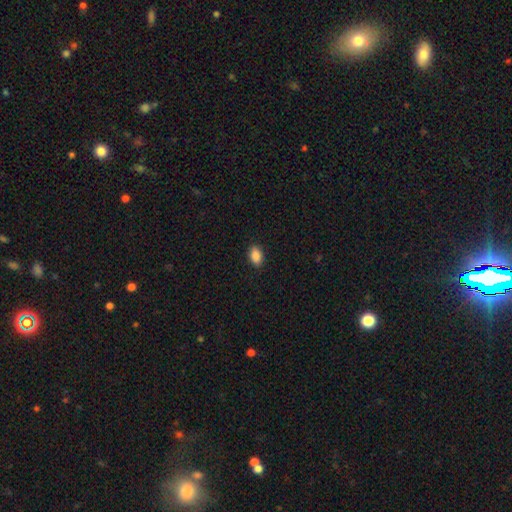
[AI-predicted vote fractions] smooth_or_featured: smooth (p=0.89) [alt: star or artifact p=0.08]
how_rounded: in between (p=0.89) [alt: round p=0.09]
merging: none (p=0.88) [alt: minor disturbance p=0.09]